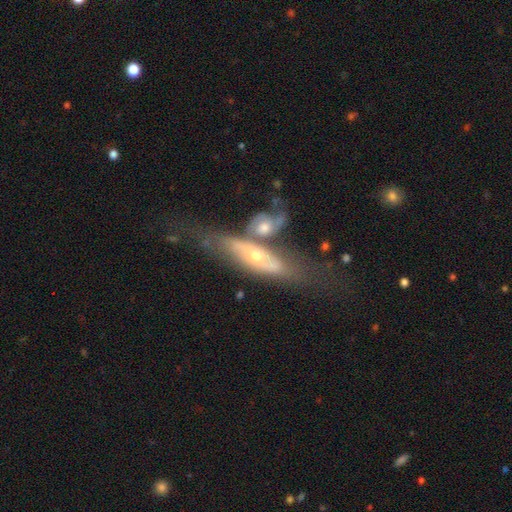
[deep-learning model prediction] smooth_or_featured: featured or disk (p=0.67) [alt: smooth p=0.27]
disk_edge_on: no (p=0.64) [alt: yes p=0.36]
merging: merger (p=0.44) [alt: none p=0.29]